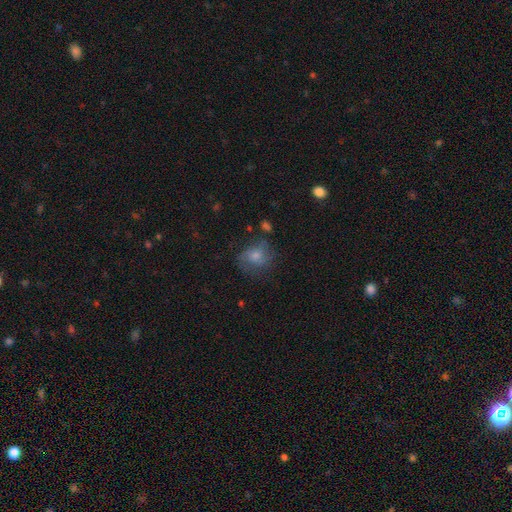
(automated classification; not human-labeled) This is likely a smooth galaxy (61%). How rounded: likely round (66%). Merging: possibly none (54%).